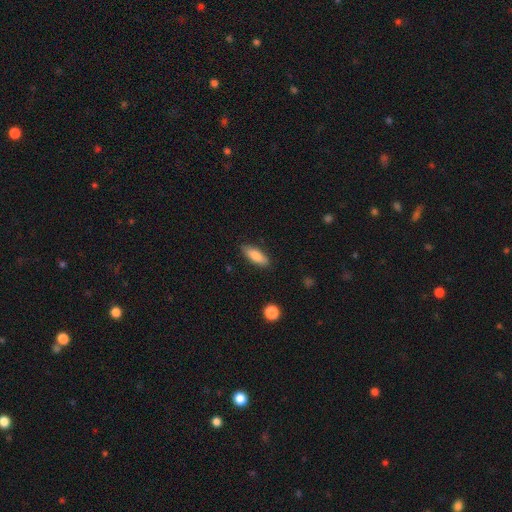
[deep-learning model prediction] Smooth or featured? Predicted: smooth (p=0.81). How rounded? Predicted: in between (p=0.65). Merging? Predicted: none (p=0.87).